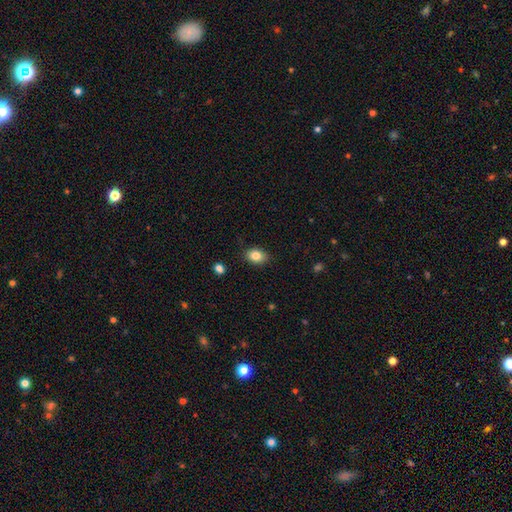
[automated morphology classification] This appears to be a smooth galaxy with no disk features (83%) that is in between round and cigar-shaped (73%). Merging: none (85%).